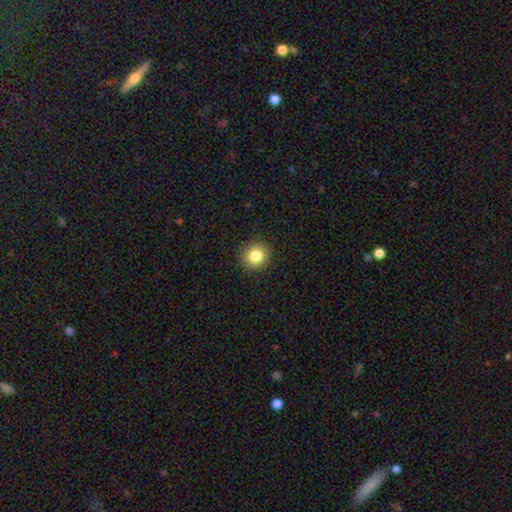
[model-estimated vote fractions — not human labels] Smooth or featured?
  - smooth: 84% *
  - star or artifact: 10%
  - featured or disk: 6%
How rounded?
  - round: 87% *
  - in between: 12%
  - cigar-shaped: 1%
Merging?
  - none: 91% *
  - minor disturbance: 6%
  - major disturbance: 2%
  - merger: 1%